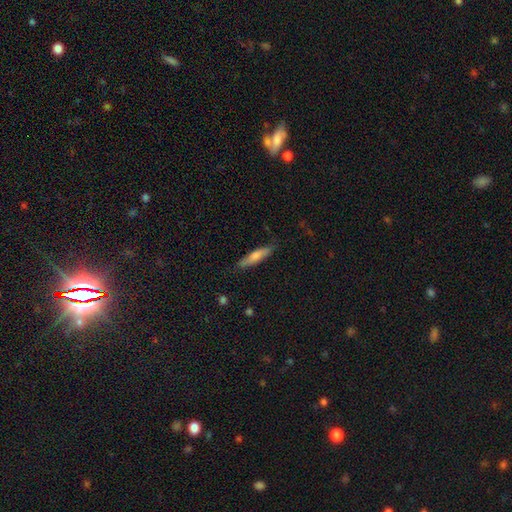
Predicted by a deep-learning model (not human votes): Morphology: type=smooth (55%); roundness=cigar-shaped (88%); merging=none (85%).